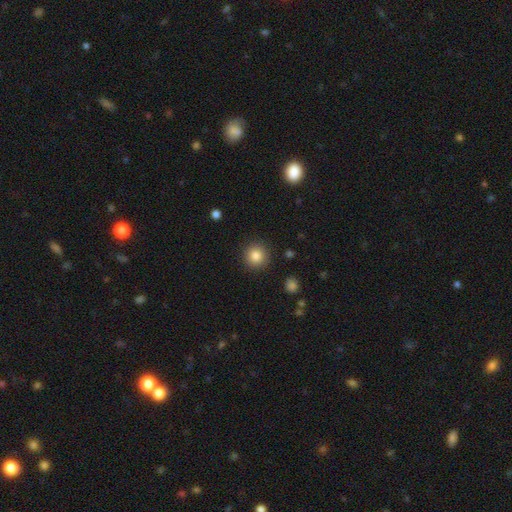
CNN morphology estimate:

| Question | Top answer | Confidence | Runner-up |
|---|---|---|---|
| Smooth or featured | smooth | 84% | star or artifact (10%) |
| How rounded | round | 94% | in between (5%) |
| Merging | none | 91% | minor disturbance (6%) |